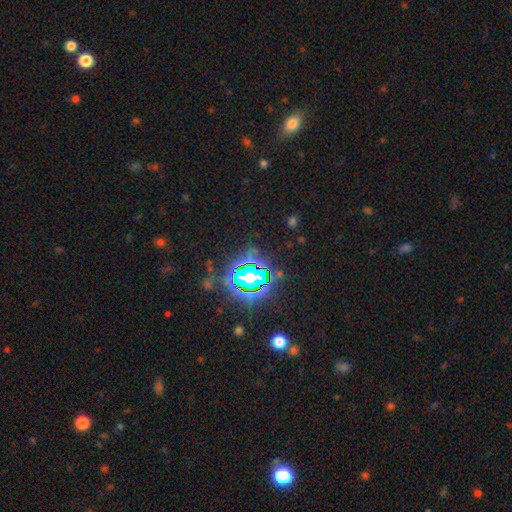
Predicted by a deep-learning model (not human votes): This appears to be a star or artifact, not a galaxy (81%).